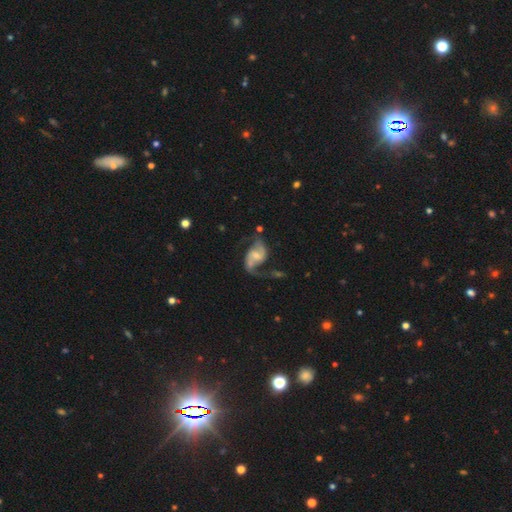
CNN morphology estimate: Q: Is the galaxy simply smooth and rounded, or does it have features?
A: featured or disk — 88%.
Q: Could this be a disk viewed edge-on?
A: no — 98%.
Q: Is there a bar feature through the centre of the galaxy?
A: weak — 49%.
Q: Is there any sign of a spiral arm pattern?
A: yes — 96%.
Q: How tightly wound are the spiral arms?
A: loose — 55%.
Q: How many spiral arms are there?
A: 2 — 91%.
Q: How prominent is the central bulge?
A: small — 42%.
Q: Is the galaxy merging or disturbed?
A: none — 62%.